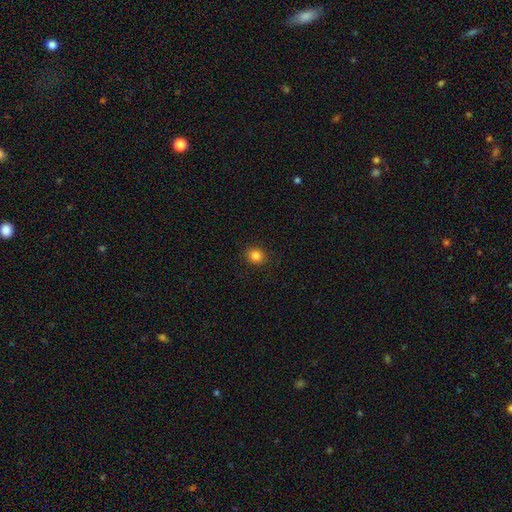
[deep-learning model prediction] smooth 85%, star or artifact 11%, featured or disk 4%. Down the decision tree: how rounded — round (83%); merging — none (91%).